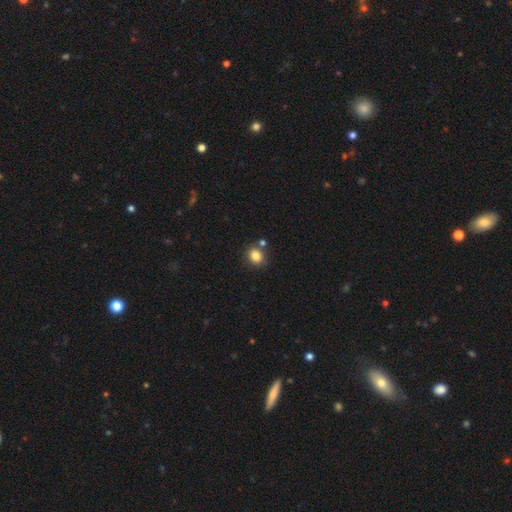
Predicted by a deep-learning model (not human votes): Smooth or featured?
  - smooth: 84% *
  - star or artifact: 10%
  - featured or disk: 5%
How rounded?
  - round: 67% *
  - in between: 32%
  - cigar-shaped: 1%
Merging?
  - none: 74% *
  - merger: 12%
  - minor disturbance: 11%
  - major disturbance: 3%